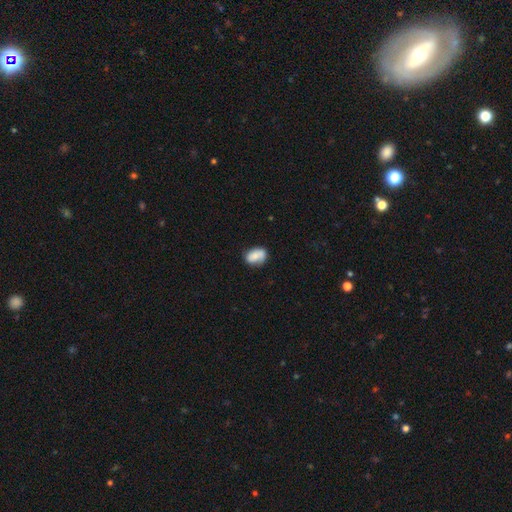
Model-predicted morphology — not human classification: smooth-or-featured: smooth: 72% | featured or disk: 20% | star or artifact: 8%
  how-rounded: in between: 81% | round: 18% | cigar-shaped: 2%
  merging: none: 64% | minor disturbance: 24% | merger: 6% | major disturbance: 6%